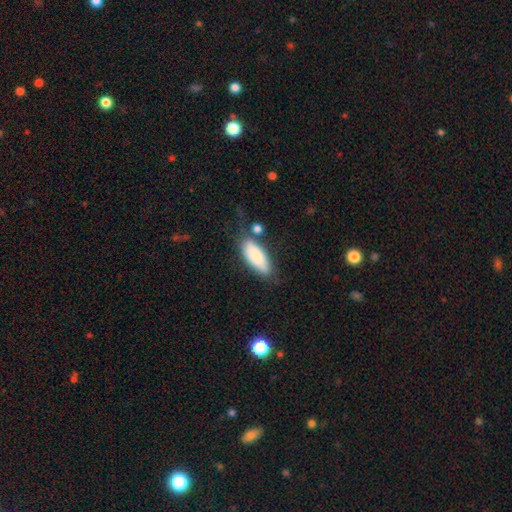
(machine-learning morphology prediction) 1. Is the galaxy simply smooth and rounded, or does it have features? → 83% smooth, 11% featured or disk, 6% star or artifact.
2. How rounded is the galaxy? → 78% in between, 20% cigar-shaped, 2% round.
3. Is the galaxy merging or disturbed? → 61% none, 21% minor disturbance, 11% merger, 8% major disturbance.